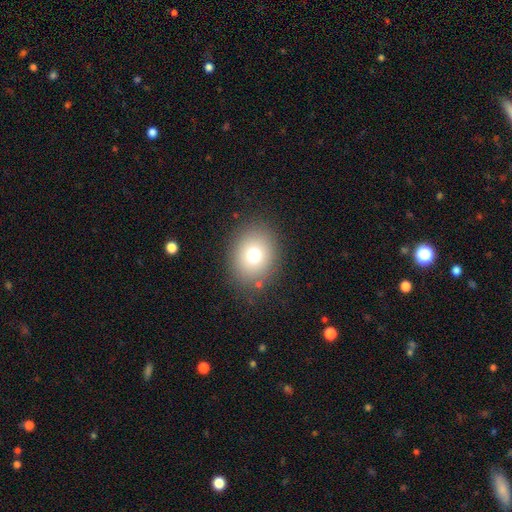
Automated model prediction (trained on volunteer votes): Smooth or featured? Predicted: smooth (p=0.72). How rounded? Predicted: round (p=0.62). Merging? Predicted: none (p=0.87).